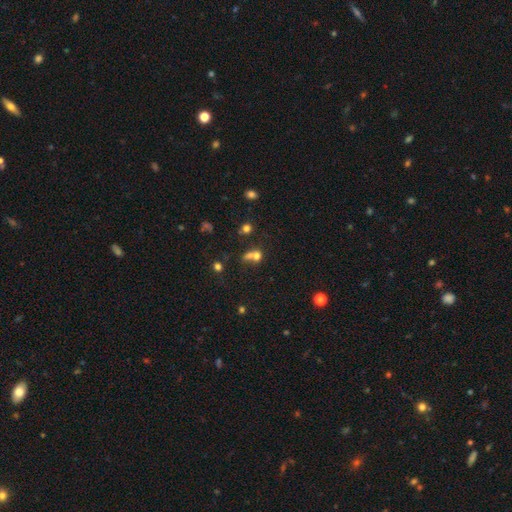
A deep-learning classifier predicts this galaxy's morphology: Smooth or featured?
  - smooth: 65% *
  - star or artifact: 20%
  - featured or disk: 15%
How rounded?
  - round: 67% *
  - in between: 31%
  - cigar-shaped: 2%
Merging?
  - merger: 56% *
  - none: 30%
  - minor disturbance: 8%
  - major disturbance: 6%